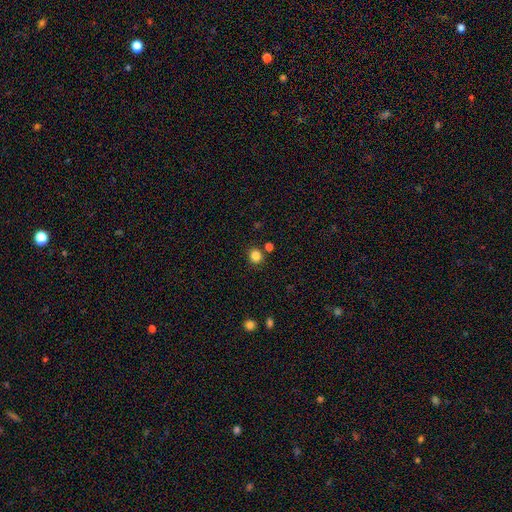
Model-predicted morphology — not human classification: A smooth galaxy with no disk features (84%) that is round (82%). Merging: none (82%).